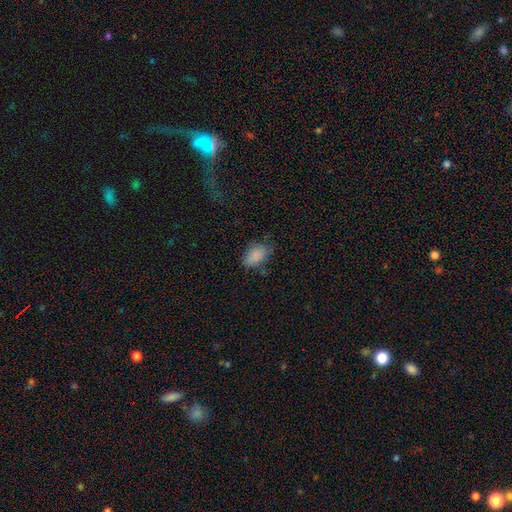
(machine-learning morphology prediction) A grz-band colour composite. It shows a smooth galaxy with no disk features (84%) that is in between round and cigar-shaped (89%). Merging: none (56%).